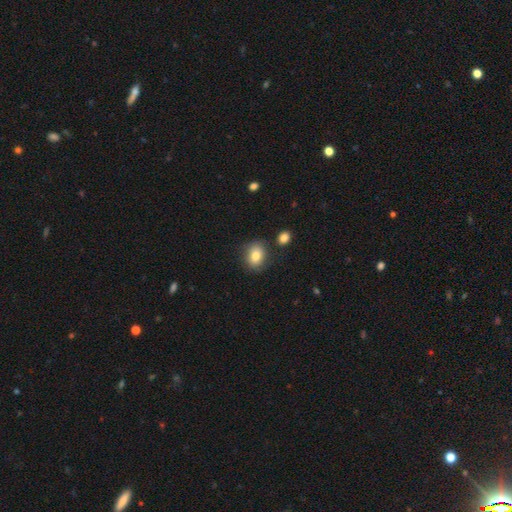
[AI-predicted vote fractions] smooth-or-featured: smooth: 81% | star or artifact: 10% | featured or disk: 9%
  how-rounded: round: 54% | in between: 45% | cigar-shaped: 1%
  merging: none: 81% | minor disturbance: 11% | merger: 5% | major disturbance: 3%